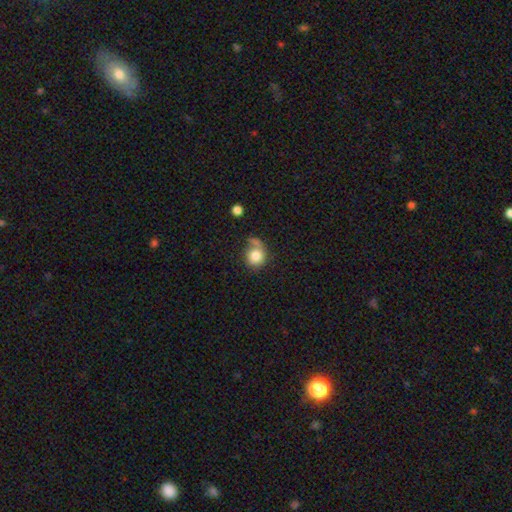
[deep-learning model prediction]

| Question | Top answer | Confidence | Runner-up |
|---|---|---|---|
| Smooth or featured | smooth | 81% | featured or disk (11%) |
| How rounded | round | 79% | in between (20%) |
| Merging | none | 46% | minor disturbance (21%) |